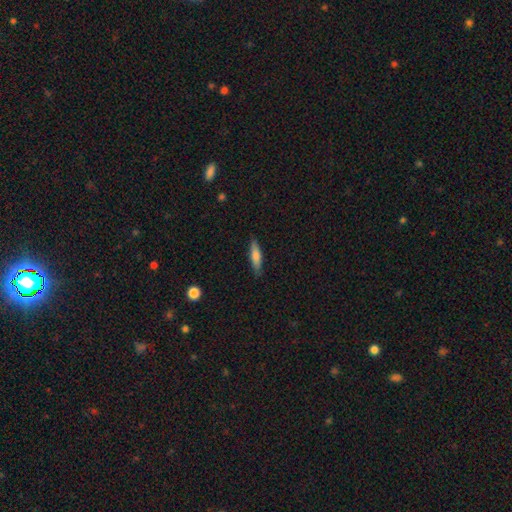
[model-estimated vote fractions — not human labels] Morphology: type=smooth (68%); roundness=cigar-shaped (77%); merging=none (87%).